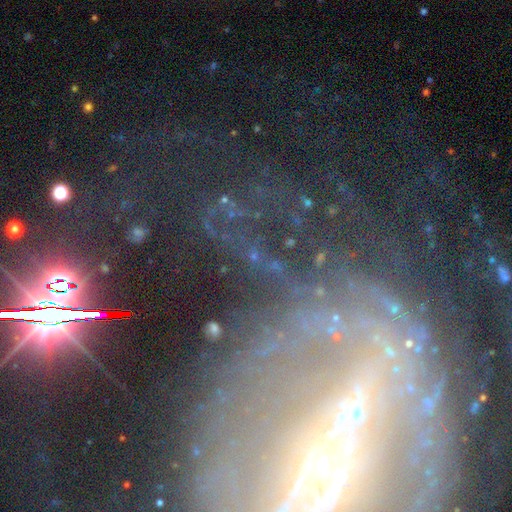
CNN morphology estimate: Smooth or featured?
  - star or artifact: 47% *
  - featured or disk: 39%
  - smooth: 14%